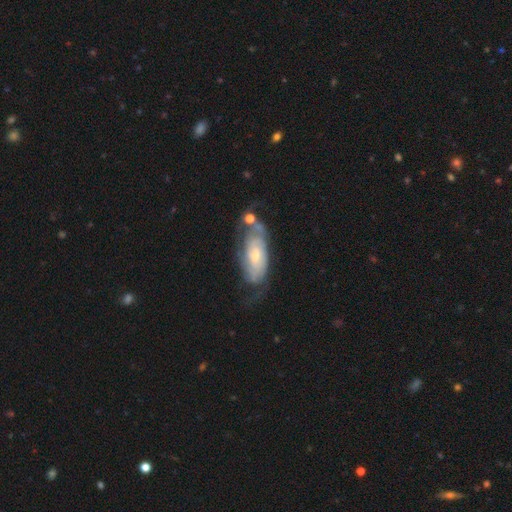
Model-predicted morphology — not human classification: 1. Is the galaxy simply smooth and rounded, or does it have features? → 72% featured or disk, 22% smooth, 6% star or artifact.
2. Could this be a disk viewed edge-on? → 91% no, 9% yes.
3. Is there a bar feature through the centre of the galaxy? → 69% no, 26% weak, 6% strong.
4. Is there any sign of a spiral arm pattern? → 86% yes, 14% no.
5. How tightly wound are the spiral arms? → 62% tight, 28% medium, 10% loose.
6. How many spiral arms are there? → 49% can't tell, 35% 2, 7% 3, 4% 1, 3% 4, 2% more than 4.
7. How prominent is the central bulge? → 56% small, 37% moderate, 3% large, 2% none, 1% dominant.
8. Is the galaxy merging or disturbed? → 48% none, 24% minor disturbance, 17% major disturbance, 11% merger.